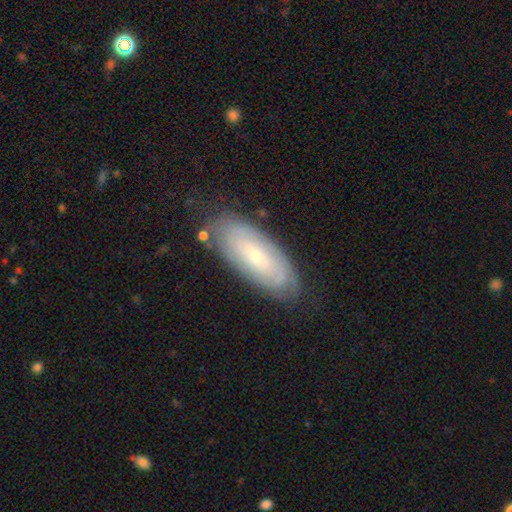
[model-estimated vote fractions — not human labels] Smooth or featured? Predicted: featured or disk (p=0.59). Edge-on disk? Predicted: no (p=0.86). Bar? Predicted: no (p=0.64). Spiral arms? Predicted: yes (p=0.75). Bulge size? Predicted: small (p=0.71). Merging? Predicted: none (p=0.78).